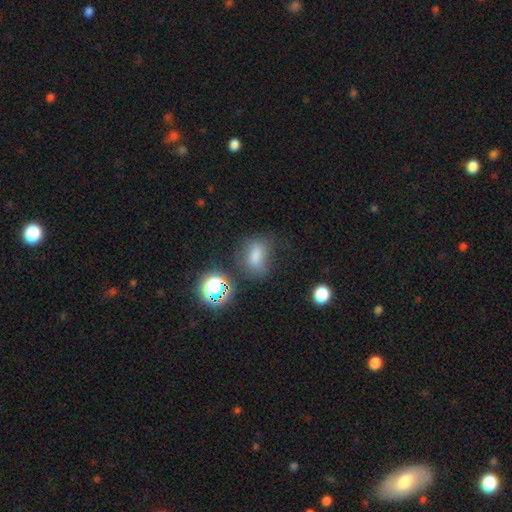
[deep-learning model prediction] This is likely a smooth galaxy (67%). How rounded: likely in between (67%). Merging: possibly none (55%).